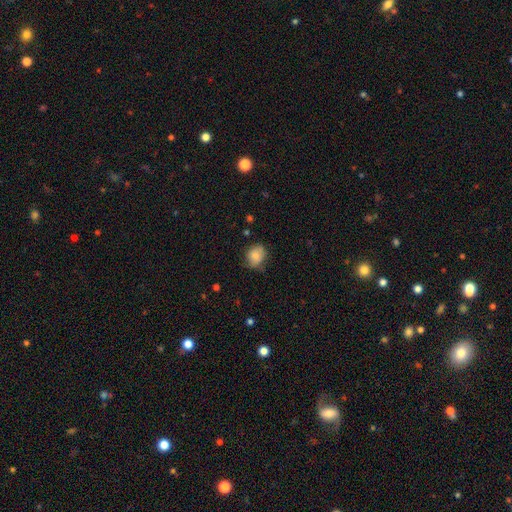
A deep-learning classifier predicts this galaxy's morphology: This appears to be a smooth galaxy with no disk features (78%) that is round (60%). Merging: none (63%).